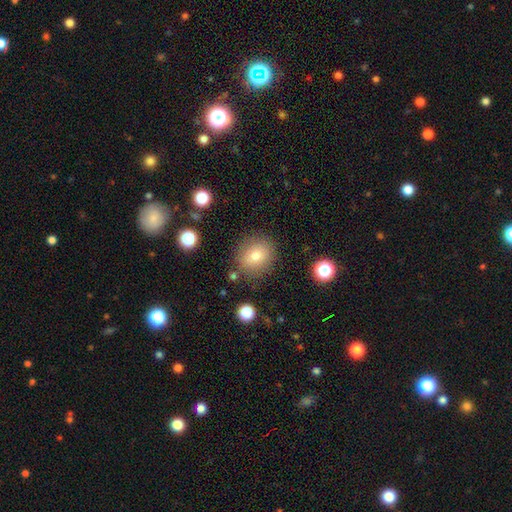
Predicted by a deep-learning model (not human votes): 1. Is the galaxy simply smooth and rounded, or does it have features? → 76% smooth, 12% featured or disk, 11% star or artifact.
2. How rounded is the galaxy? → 71% round, 27% in between, 1% cigar-shaped.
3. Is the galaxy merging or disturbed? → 83% none, 10% minor disturbance, 4% major disturbance, 3% merger.